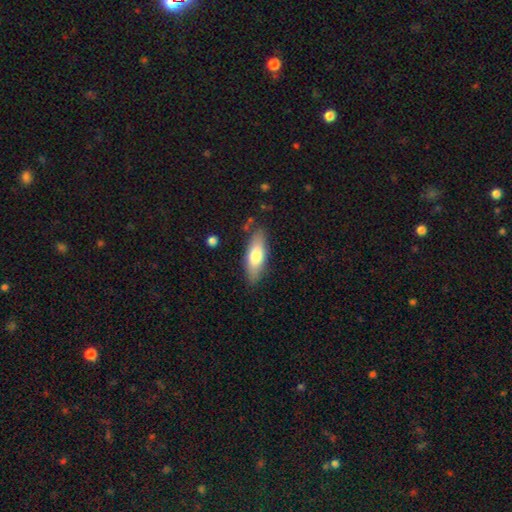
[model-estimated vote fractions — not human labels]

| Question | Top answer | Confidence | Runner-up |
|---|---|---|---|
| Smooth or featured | smooth | 72% | featured or disk (22%) |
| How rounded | in between | 59% | cigar-shaped (39%) |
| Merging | none | 81% | minor disturbance (13%) |